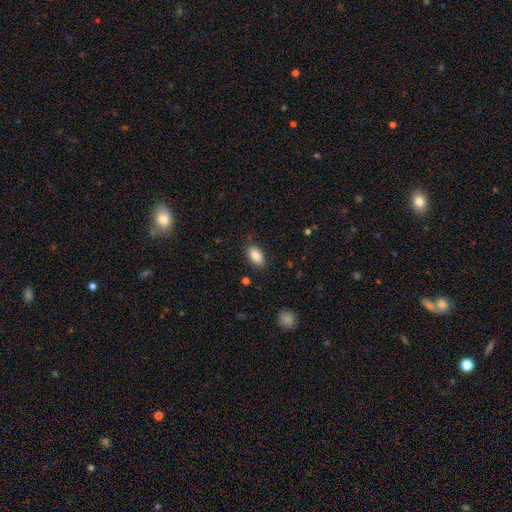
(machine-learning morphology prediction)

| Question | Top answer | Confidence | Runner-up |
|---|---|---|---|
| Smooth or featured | smooth | 88% | star or artifact (8%) |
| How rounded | in between | 92% | round (4%) |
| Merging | none | 83% | minor disturbance (13%) |